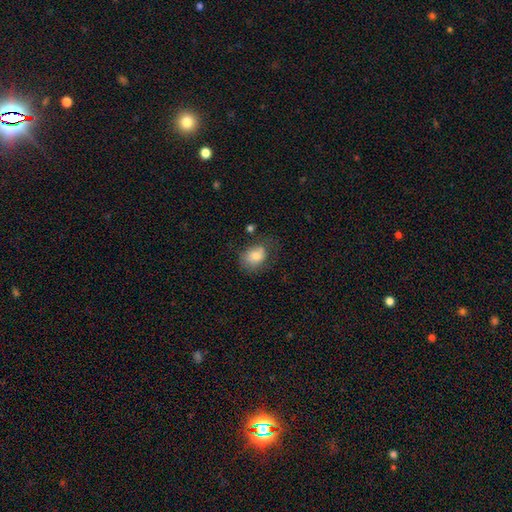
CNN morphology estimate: Smooth or featured? Predicted: smooth (p=0.76). How rounded? Predicted: in between (p=0.60). Merging? Predicted: none (p=0.53).